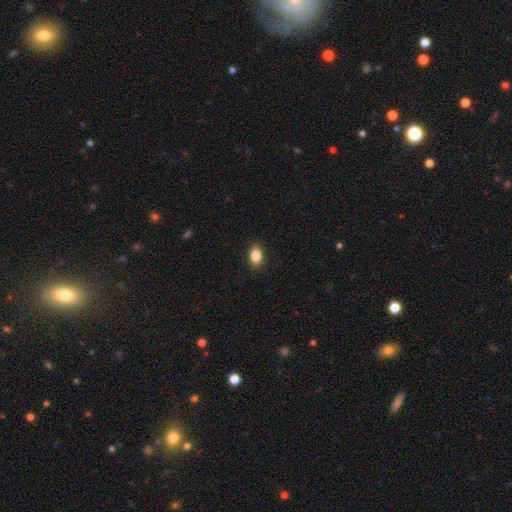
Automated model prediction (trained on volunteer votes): Morphology: type=smooth (86%); roundness=in between (89%); merging=none (89%).